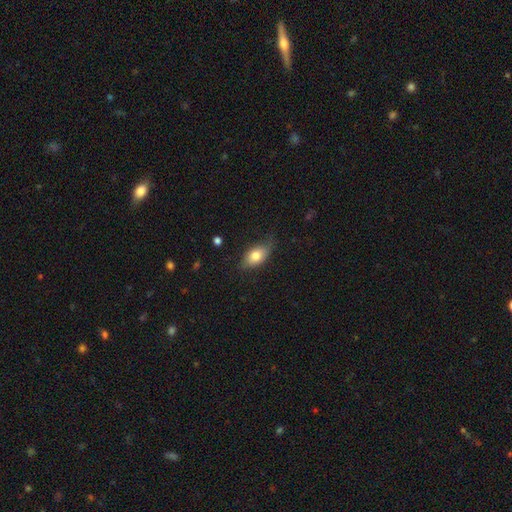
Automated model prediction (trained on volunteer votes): smooth 74%, featured or disk 19%, star or artifact 7%. Down the decision tree: how rounded — in between (86%); merging — none (67%).